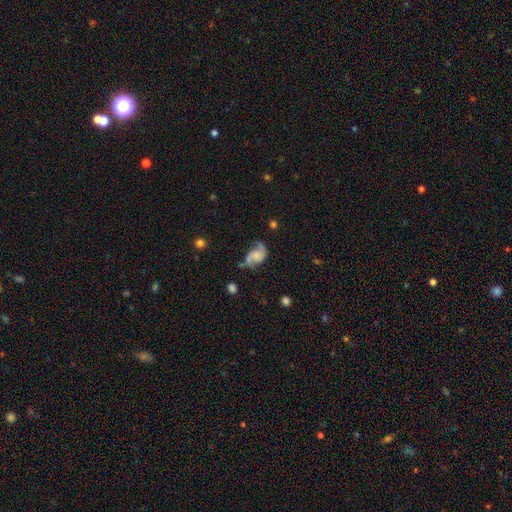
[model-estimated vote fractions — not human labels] This is likely a featured or disk galaxy (72%). It is clearly not viewed edge-on (98%). Bar: likely no (61%). Spiral arm pattern: clearly yes (93%). Spiral arm count: clearly 2 (88%). Spiral winding: possibly loose (53%). Central bulge: marginally none (42%). Merging: possibly none (55%).